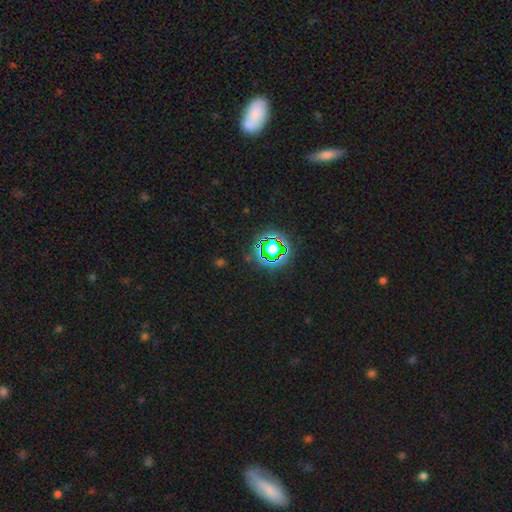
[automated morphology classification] A star or artifact, not a galaxy (73%).